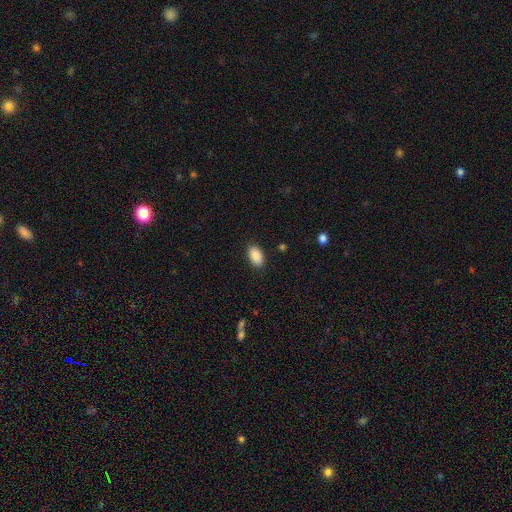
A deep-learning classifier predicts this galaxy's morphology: smooth-or-featured: smooth: 90% | star or artifact: 7% | featured or disk: 3%
  how-rounded: in between: 94% | round: 4% | cigar-shaped: 2%
  merging: none: 88% | minor disturbance: 8% | major disturbance: 2% | merger: 1%